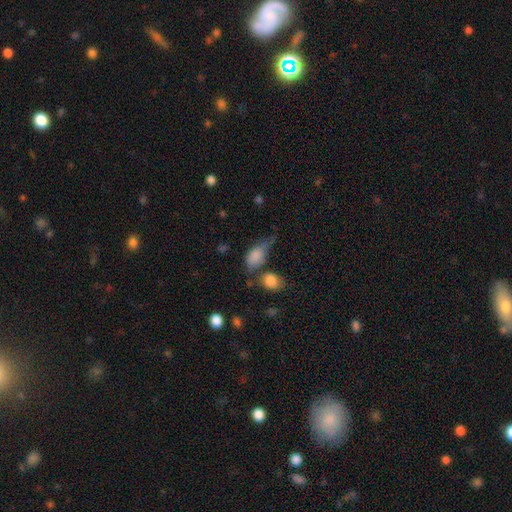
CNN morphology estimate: Q: Smooth or featured?
A: smooth (81%); runner-up: featured or disk (11%)
Q: How rounded?
A: in between (86%); runner-up: round (10%)
Q: Merging?
A: none (31%); tied with: minor disturbance (31%)